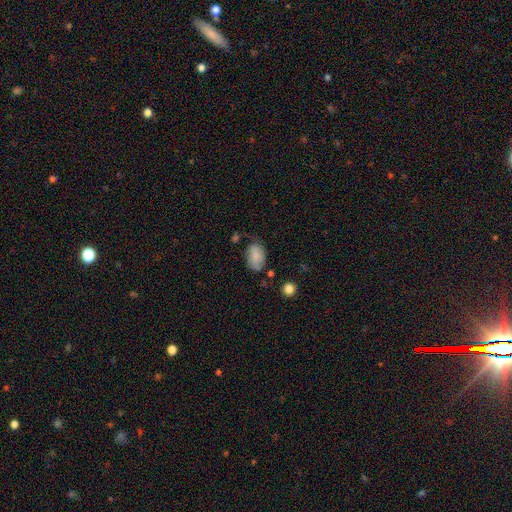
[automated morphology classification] This is clearly a smooth galaxy (81%). How rounded: clearly in between (88%). Merging: possibly none (58%).